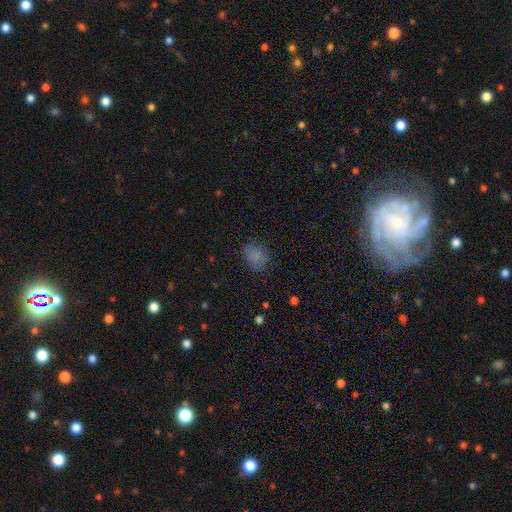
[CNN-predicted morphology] This appears to be a smooth galaxy with no disk features (80%) that is in between round and cigar-shaped (52%). Merging: none (77%).